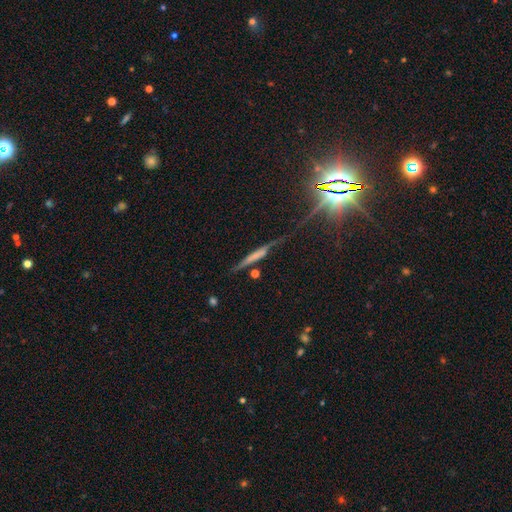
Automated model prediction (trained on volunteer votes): Overall: featured or disk (50%; smooth 38%). Merging: none (61%; minor disturbance 22%).